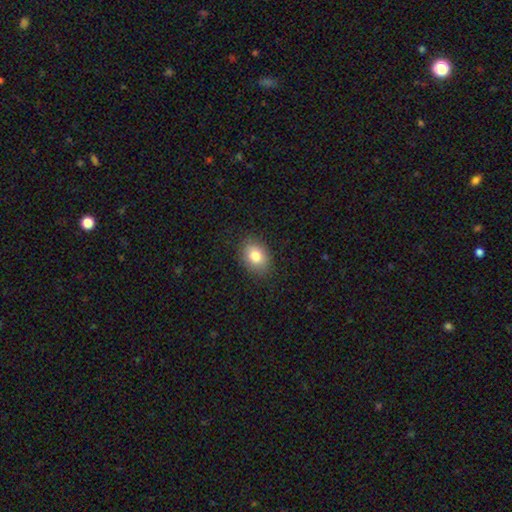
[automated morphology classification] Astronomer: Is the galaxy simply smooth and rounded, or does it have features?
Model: smooth — 81%.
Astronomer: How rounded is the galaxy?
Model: in between — 67%.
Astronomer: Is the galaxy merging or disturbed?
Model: none — 85%.